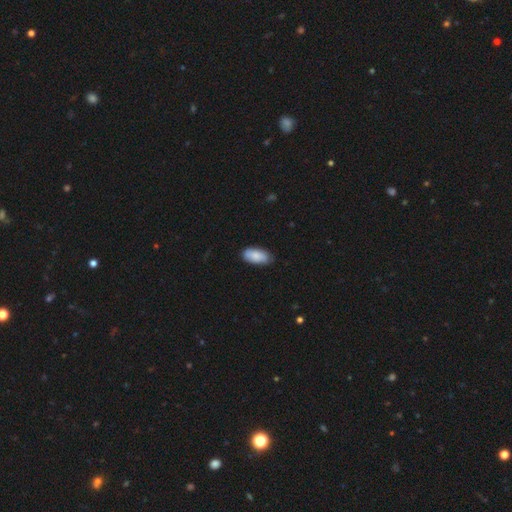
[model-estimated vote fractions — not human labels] Smooth or featured? smooth (84%)
How rounded? in between (92%)
Merging? none (76%)